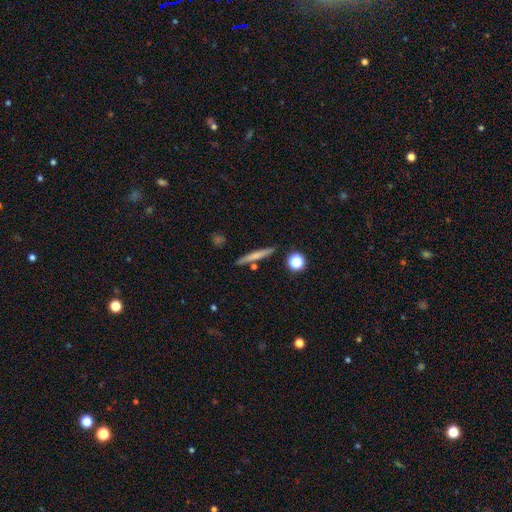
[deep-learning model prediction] smooth 61%, featured or disk 32%, star or artifact 8%. Down the decision tree: how rounded — cigar-shaped (92%); merging — none (85%).